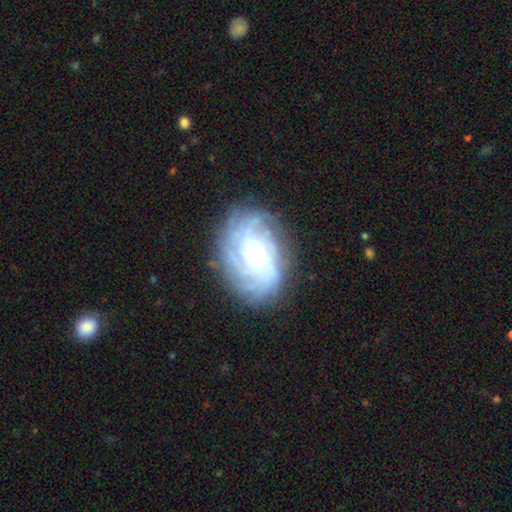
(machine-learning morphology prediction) A featured or disk galaxy (82%) with no bar (73%), tight (68%) spiral arms (94%) and a small central bulge (50%).

Vote fractions:
- Smooth or featured? featured or disk: 82% / smooth: 11% / star or artifact: 7%
- Edge-on disk? no: 97% / yes: 3%
- Bar? no: 73% / weak: 22% / strong: 5%
- Spiral arms? yes: 94% / no: 6%
- Spiral winding? tight: 68% / medium: 24% / loose: 7%
- Spiral arm count? can't tell: 35% / more than 4: 21% / 4: 20% / 3: 11% / 2: 8% / 1: 6%
- Bulge size? small: 50% / moderate: 44% / large: 4% / none: 1% / dominant: 1%
- Merging? none: 78% / minor disturbance: 15% / major disturbance: 6% / merger: 1%